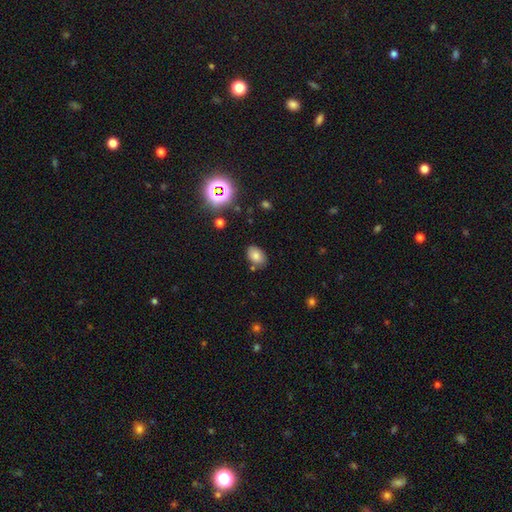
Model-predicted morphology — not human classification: This is likely a smooth galaxy (78%). How rounded: clearly in between (85%). Merging: likely none (79%).